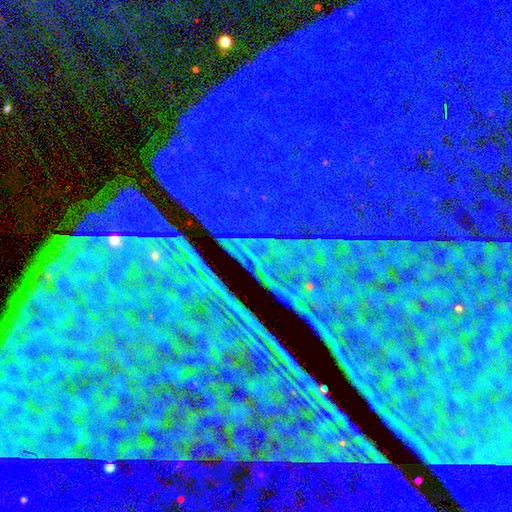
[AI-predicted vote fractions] Q: Smooth or featured?
A: star or artifact (88%); runner-up: featured or disk (6%)